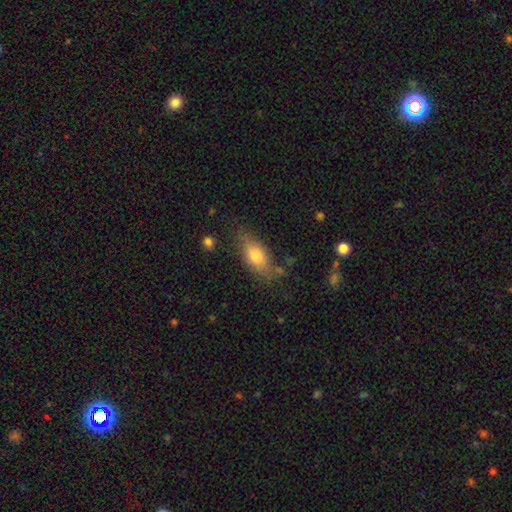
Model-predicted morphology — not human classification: This appears to be a smooth galaxy with no disk features (74%) that is in between round and cigar-shaped (81%). Merging: none (68%).